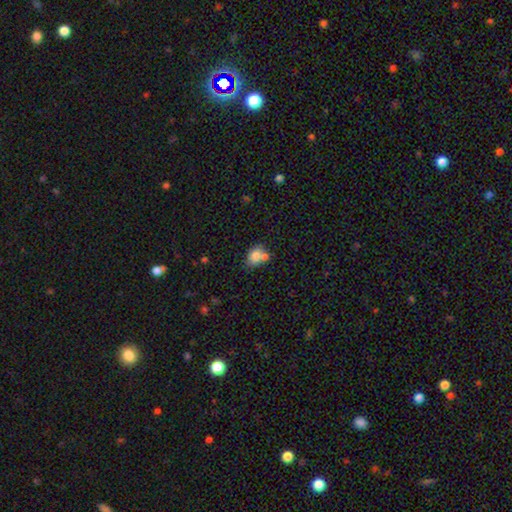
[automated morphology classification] smooth_or_featured: smooth (p=0.77) [alt: featured or disk p=0.13]
how_rounded: in between (p=0.60) [alt: round p=0.39]
merging: none (p=0.45) [alt: merger p=0.36]